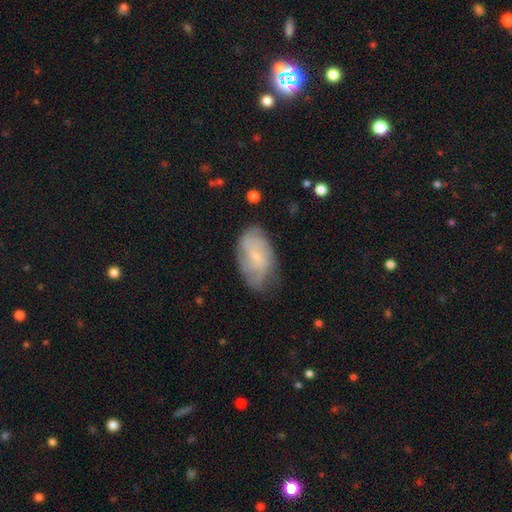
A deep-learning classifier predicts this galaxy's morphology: Q: Smooth or featured?
A: featured or disk (53%); runner-up: smooth (39%)
Q: Edge-on disk?
A: no (94%); runner-up: yes (6%)
Q: Merging?
A: none (67%); runner-up: minor disturbance (24%)